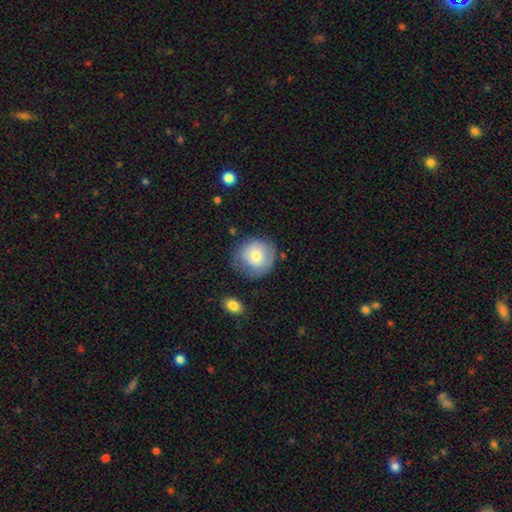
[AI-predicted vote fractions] The model was most divided on "merging": none: 68%, minor disturbance: 21%, major disturbance: 8%, merger: 3%. More confident: how rounded — round (88%); smooth or featured — smooth (72%).